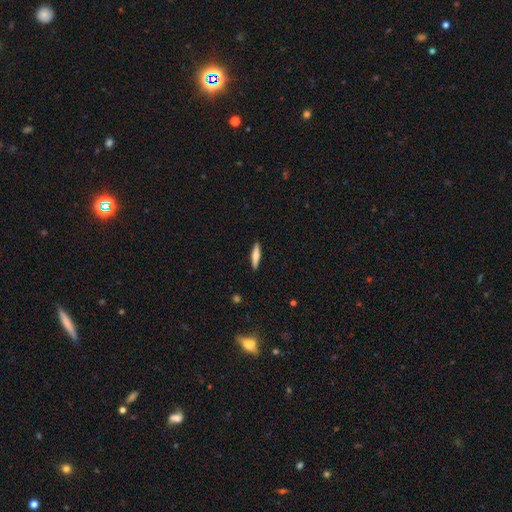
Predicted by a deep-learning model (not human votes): smooth-or-featured: smooth: 63% | featured or disk: 31% | star or artifact: 6%
  how-rounded: cigar-shaped: 78% | in between: 20% | round: 2%
  merging: none: 90% | minor disturbance: 7% | major disturbance: 2% | merger: 1%